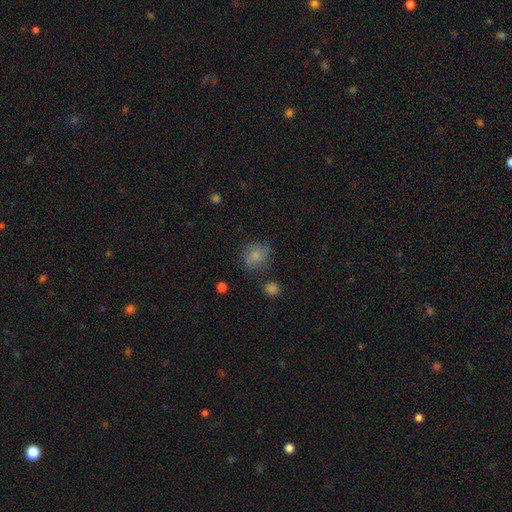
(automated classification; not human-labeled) Smooth or featured? Predicted: smooth (p=0.79). How rounded? Predicted: round (p=0.75). Merging? Predicted: none (p=0.67).